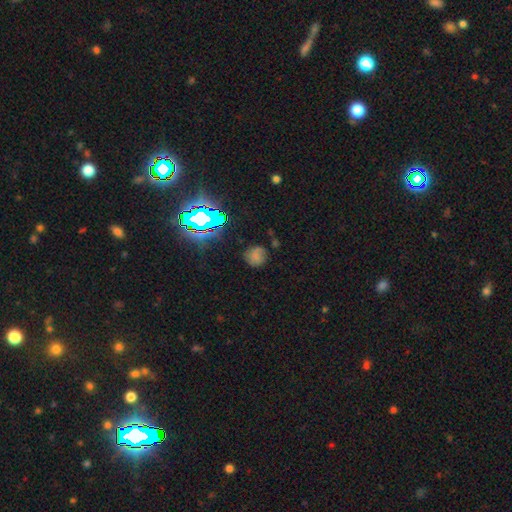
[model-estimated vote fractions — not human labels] smooth 58%, star or artifact 23%, featured or disk 19%. Down the decision tree: how rounded — round (81%); merging — none (68%).